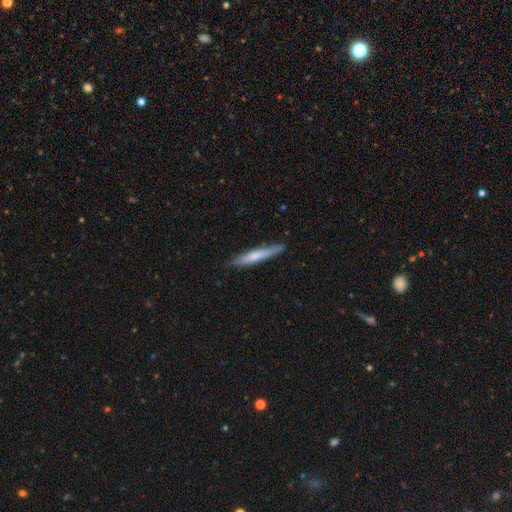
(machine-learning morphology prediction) Q: Smooth or featured?
A: smooth (62%); runner-up: featured or disk (33%)
Q: How rounded?
A: cigar-shaped (94%); runner-up: in between (5%)
Q: Merging?
A: none (83%); runner-up: minor disturbance (13%)